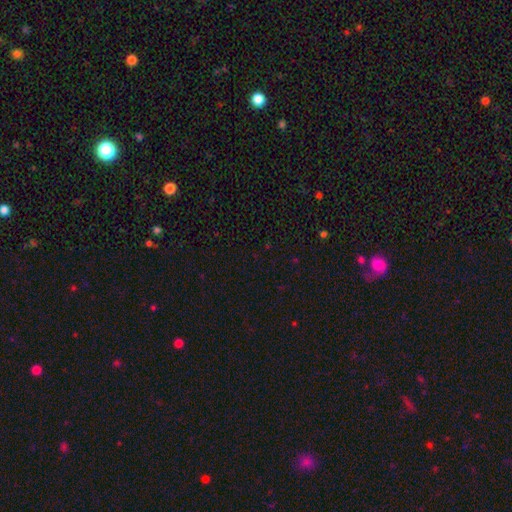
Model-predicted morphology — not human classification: A star or artifact, not a galaxy (69%).

Vote fractions:
- Smooth or featured? star or artifact: 69% / smooth: 24% / featured or disk: 7%